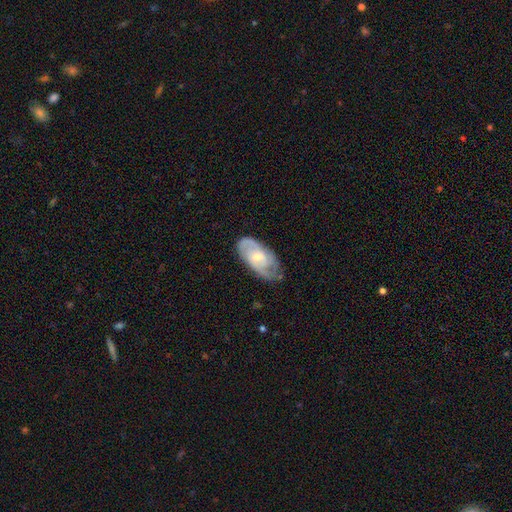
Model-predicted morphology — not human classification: Q: Smooth or featured?
A: featured or disk (79%); runner-up: smooth (15%)
Q: Edge-on disk?
A: no (95%); runner-up: yes (5%)
Q: Bar?
A: no (53%); runner-up: weak (40%)
Q: Spiral arms?
A: yes (94%); runner-up: no (6%)
Q: Spiral winding?
A: tight (46%); runner-up: medium (43%)
Q: Spiral arm count?
A: 2 (61%); runner-up: can't tell (18%)
Q: Bulge size?
A: small (50%); runner-up: moderate (43%)
Q: Merging?
A: none (68%); runner-up: minor disturbance (24%)